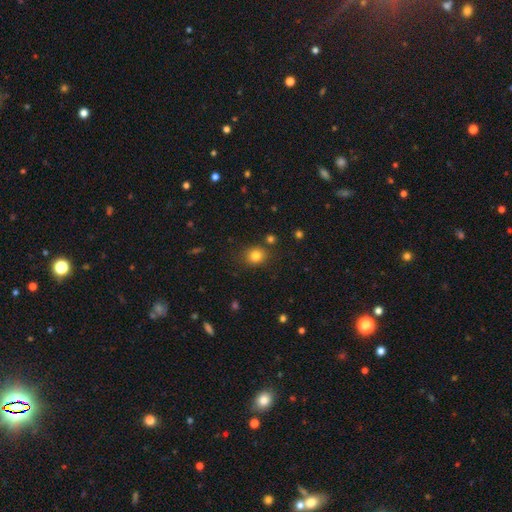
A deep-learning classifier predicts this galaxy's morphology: This is clearly a smooth galaxy (81%). How rounded: likely round (76%). Merging: clearly none (81%).